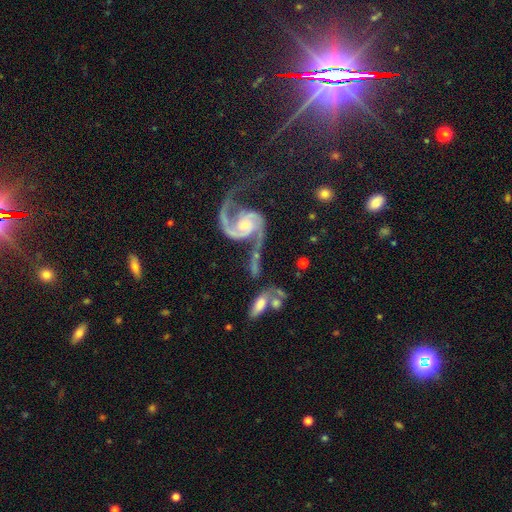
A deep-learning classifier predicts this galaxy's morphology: Overall: featured or disk (87%). Edge-on disk: no (96%). Bar: no (52%; weak 33%). Spiral arms: yes (97%). Spiral arm count: 2 (89%). Spiral winding: medium (51%; loose 35%). Bulge size: small (46%; moderate 42%). Merging: none (50%; major disturbance 17%).